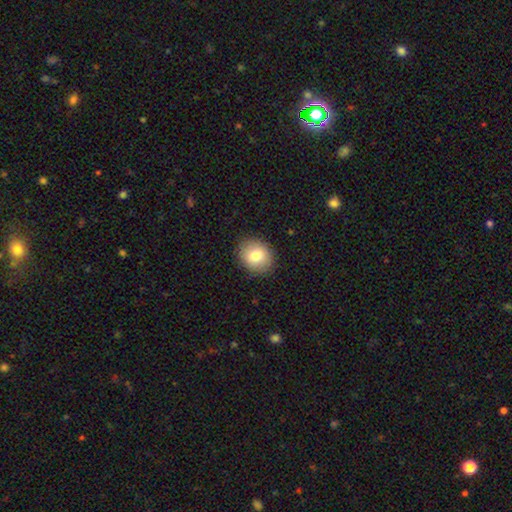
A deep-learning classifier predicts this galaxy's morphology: A smooth galaxy with no disk features (78%) that is round (66%). Merging: none (88%).